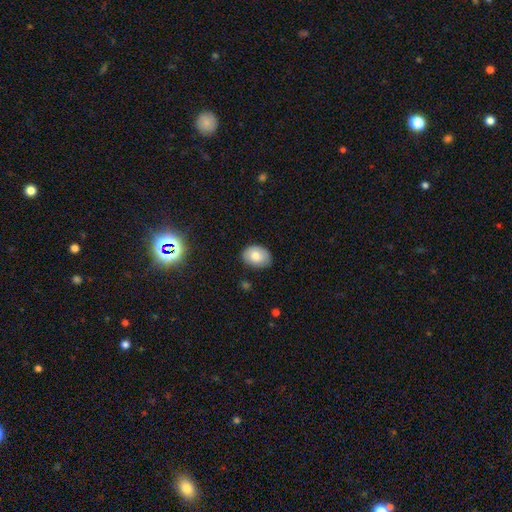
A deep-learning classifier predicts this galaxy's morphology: smooth_or_featured: smooth (p=0.79) [alt: featured or disk p=0.13]
how_rounded: in between (p=0.72) [alt: round p=0.27]
merging: none (p=0.82) [alt: minor disturbance p=0.15]